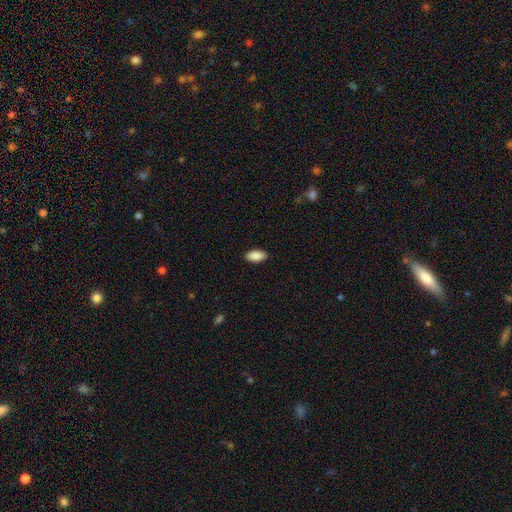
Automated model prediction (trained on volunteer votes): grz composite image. It shows a smooth galaxy with no disk features (90%) that is in between round and cigar-shaped (92%). Merging: none (90%).